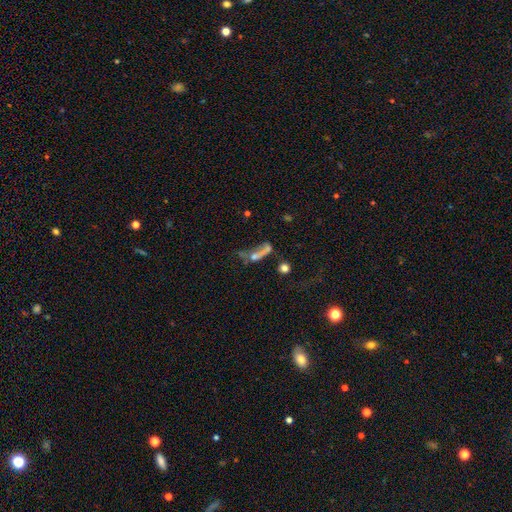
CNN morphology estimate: smooth_or_featured: featured or disk (p=0.41) [alt: smooth p=0.36]
merging: major disturbance (p=0.37) [alt: none p=0.26]